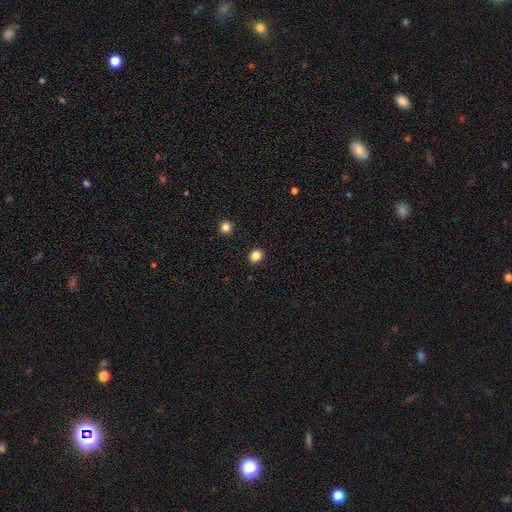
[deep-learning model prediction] A smooth galaxy with no disk features (85%) that is round (65%). Merging: none (91%).